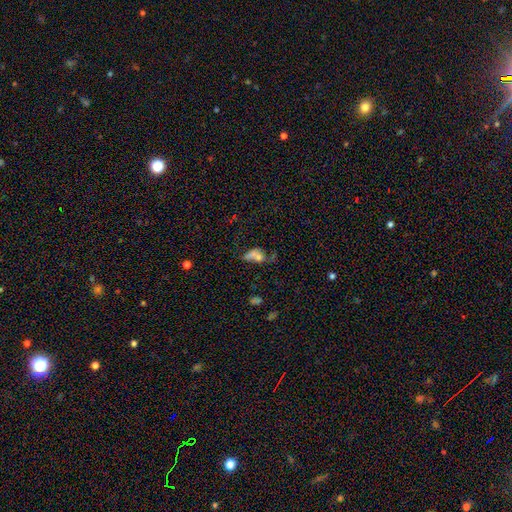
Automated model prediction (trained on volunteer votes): Smooth or featured: smooth — 58% (featured or disk — 24%)
How rounded: in between — 73% (round — 19%)
Merging: merger — 31% (major disturbance — 27%)